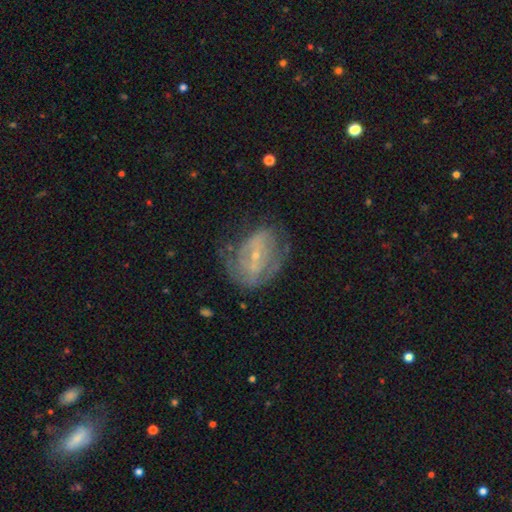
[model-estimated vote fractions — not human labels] Q: Smooth or featured?
A: featured or disk (70%); runner-up: smooth (20%)
Q: Edge-on disk?
A: no (95%); runner-up: yes (5%)
Q: Bar?
A: no (43%); runner-up: weak (39%)
Q: Spiral arms?
A: yes (66%); runner-up: no (34%)
Q: Bulge size?
A: small (74%); runner-up: moderate (20%)
Q: Merging?
A: none (56%); runner-up: minor disturbance (24%)